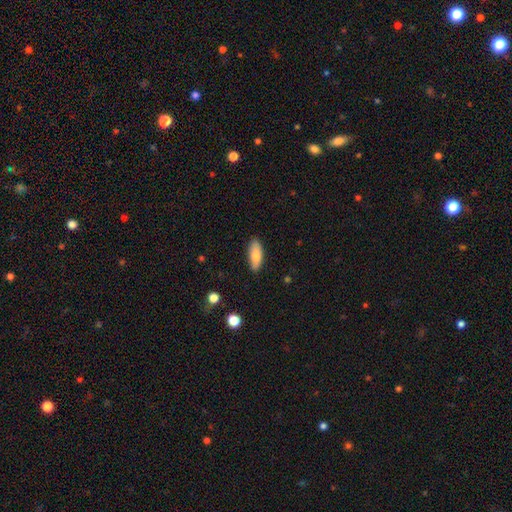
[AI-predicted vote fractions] Smooth or featured? Predicted: smooth (p=0.78). How rounded? Predicted: in between (p=0.73). Merging? Predicted: none (p=0.86).